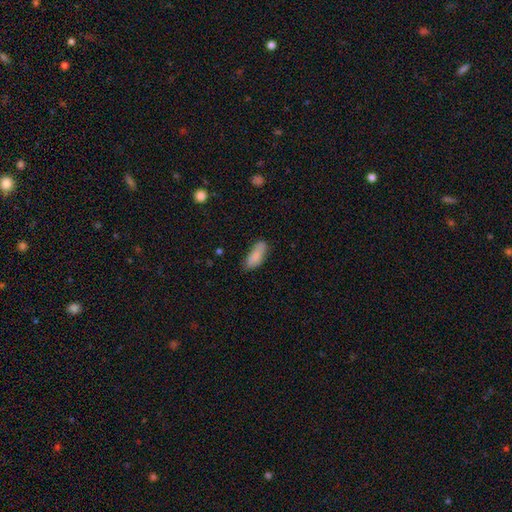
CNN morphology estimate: Smooth or featured? Predicted: smooth (p=0.84). How rounded? Predicted: in between (p=0.77). Merging? Predicted: none (p=0.69).